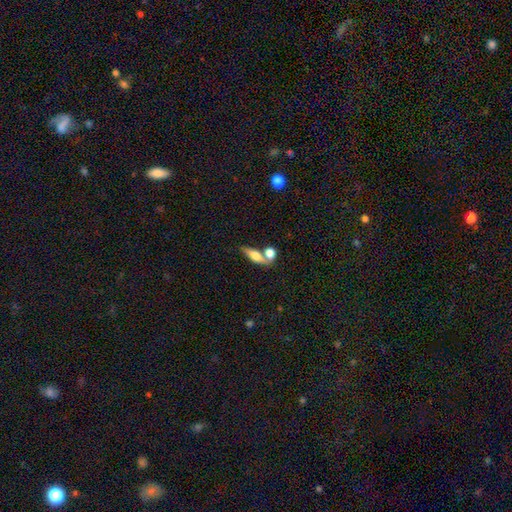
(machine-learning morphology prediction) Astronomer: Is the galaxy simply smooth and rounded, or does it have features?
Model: smooth — 60%.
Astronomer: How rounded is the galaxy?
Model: in between — 54% (runner-up: cigar-shaped, 38%).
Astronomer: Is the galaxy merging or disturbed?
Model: none — 47% (runner-up: merger, 35%).